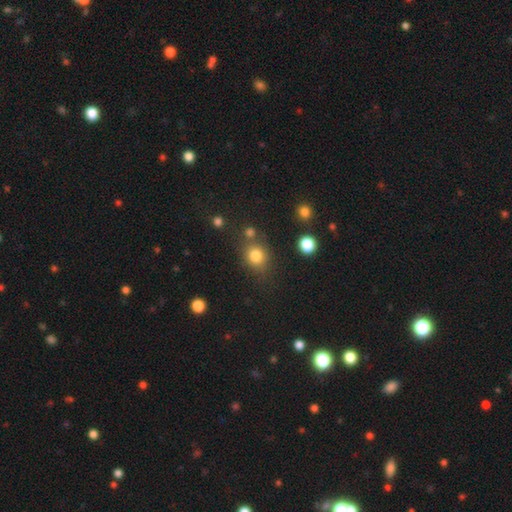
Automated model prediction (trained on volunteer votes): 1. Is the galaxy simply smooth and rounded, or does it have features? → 80% smooth, 13% star or artifact, 7% featured or disk.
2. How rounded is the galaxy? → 73% round, 26% in between, 1% cigar-shaped.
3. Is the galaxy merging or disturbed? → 71% none, 13% minor disturbance, 11% merger, 5% major disturbance.